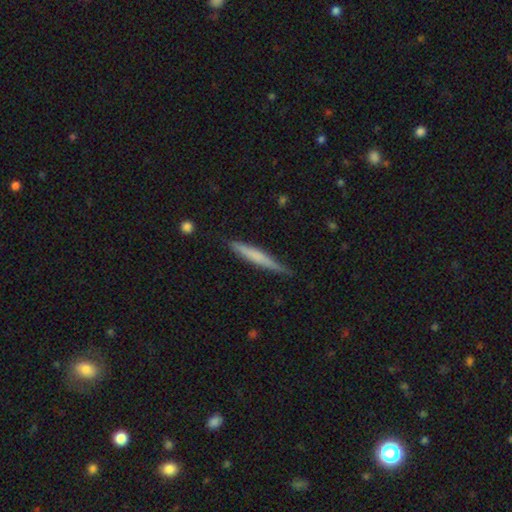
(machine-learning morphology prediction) Smooth or featured?
  - smooth: 58% *
  - featured or disk: 37%
  - star or artifact: 5%
How rounded?
  - cigar-shaped: 95% *
  - in between: 3%
  - round: 1%
Merging?
  - none: 82% *
  - minor disturbance: 15%
  - major disturbance: 2%
  - merger: 1%